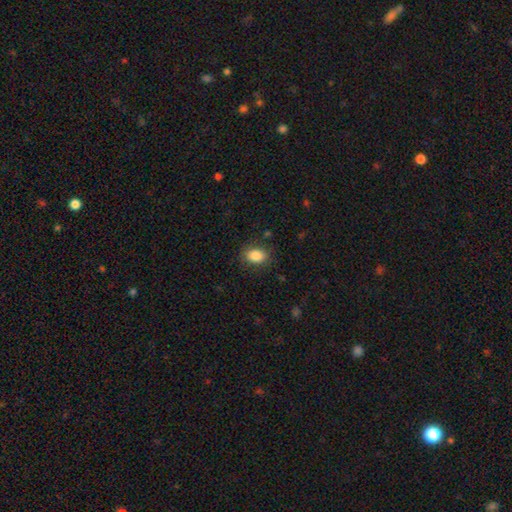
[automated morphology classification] This is clearly a smooth galaxy (86%). How rounded: likely in between (75%). Merging: clearly none (83%).